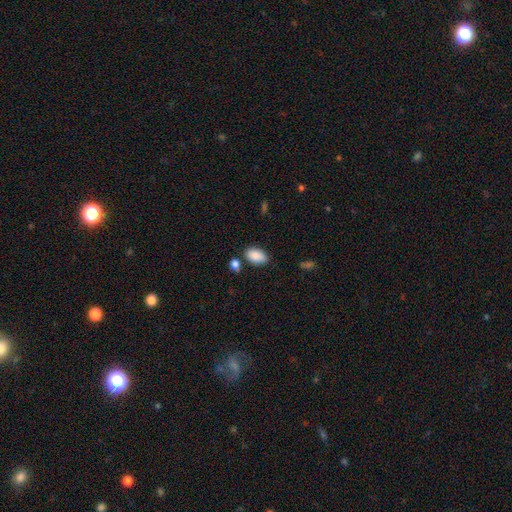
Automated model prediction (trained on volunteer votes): A smooth galaxy with no disk features (89%) that is in between round and cigar-shaped (93%). Merging: none (76%).